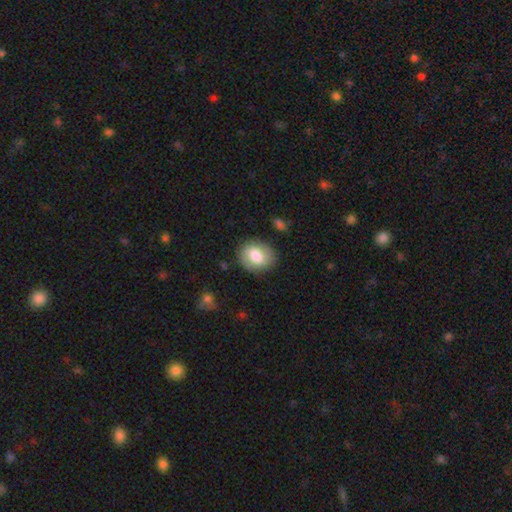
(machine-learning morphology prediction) Smooth or featured: smooth — 71% (featured or disk — 22%)
How rounded: round — 51% (in between — 48%)
Merging: none — 81% (minor disturbance — 13%)